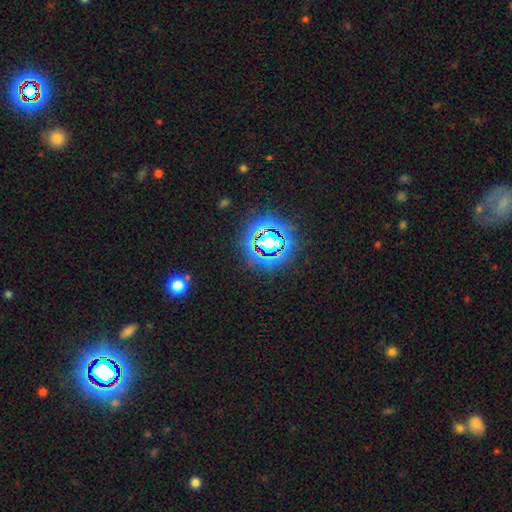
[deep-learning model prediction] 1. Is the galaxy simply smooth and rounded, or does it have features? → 81% star or artifact, 12% smooth, 7% featured or disk.